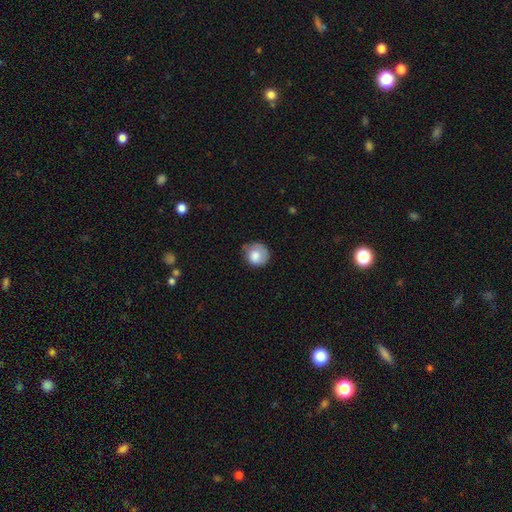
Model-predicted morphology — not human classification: Q: Smooth or featured?
A: smooth (78%); runner-up: featured or disk (14%)
Q: How rounded?
A: round (83%); runner-up: in between (16%)
Q: Merging?
A: none (59%); runner-up: minor disturbance (30%)